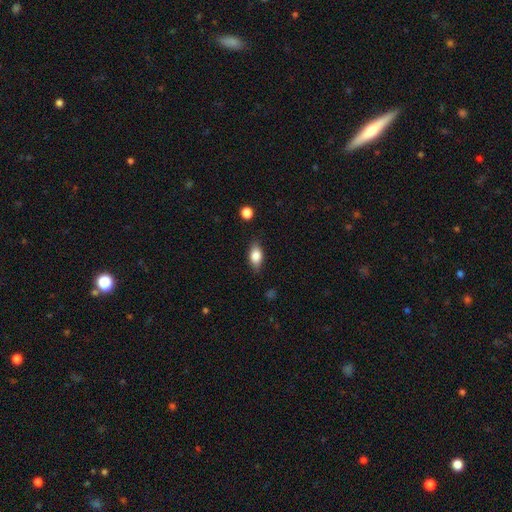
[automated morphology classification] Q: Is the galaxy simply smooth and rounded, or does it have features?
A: smooth — 79%.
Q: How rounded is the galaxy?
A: in between — 85%.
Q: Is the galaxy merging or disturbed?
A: none — 81%.